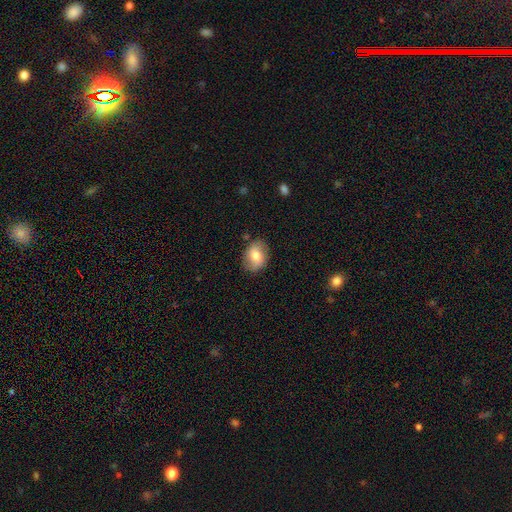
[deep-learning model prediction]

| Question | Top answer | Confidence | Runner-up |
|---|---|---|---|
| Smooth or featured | smooth | 67% | featured or disk (25%) |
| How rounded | in between | 66% | round (33%) |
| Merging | none | 82% | minor disturbance (13%) |